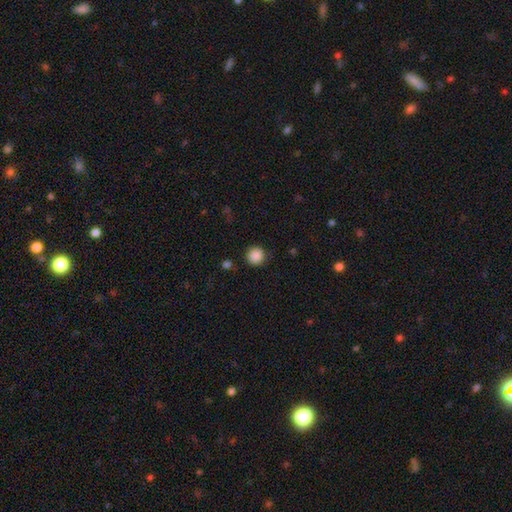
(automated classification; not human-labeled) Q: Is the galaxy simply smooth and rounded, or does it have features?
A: smooth — 88%.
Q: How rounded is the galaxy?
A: round — 94%.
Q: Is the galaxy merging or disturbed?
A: none — 89%.